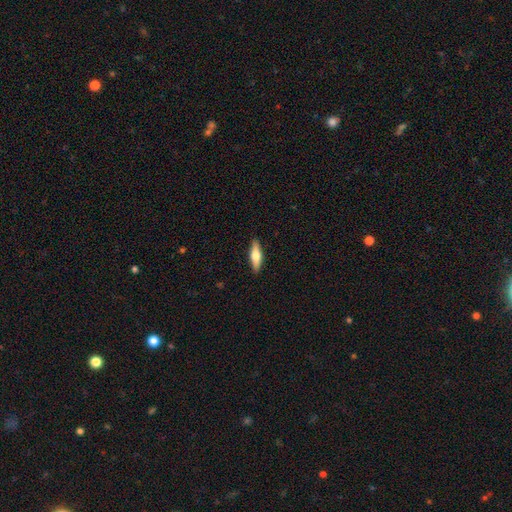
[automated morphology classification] Overall: smooth (52%; featured or disk 43%). How rounded: cigar-shaped (59%; in between 38%). Merging: none (90%).